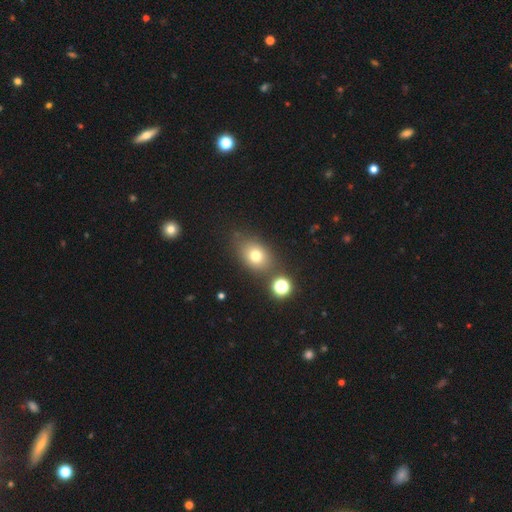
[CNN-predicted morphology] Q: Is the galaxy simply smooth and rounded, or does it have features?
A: smooth — 74%.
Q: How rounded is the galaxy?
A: in between — 63%.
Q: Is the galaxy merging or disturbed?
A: none — 70%.